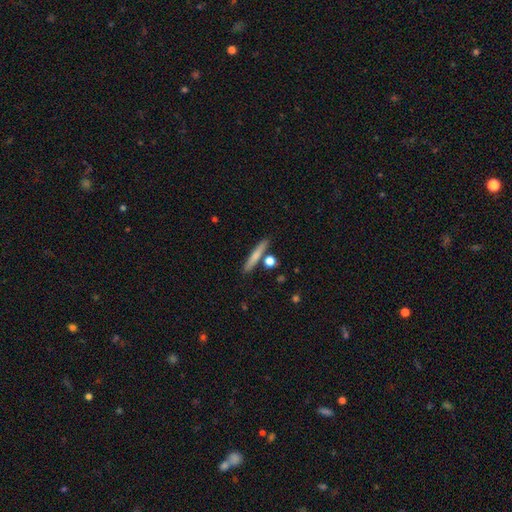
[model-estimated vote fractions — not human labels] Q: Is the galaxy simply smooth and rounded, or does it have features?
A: smooth — 71%.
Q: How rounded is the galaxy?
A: cigar-shaped — 89%.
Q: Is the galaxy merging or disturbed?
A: none — 80%.